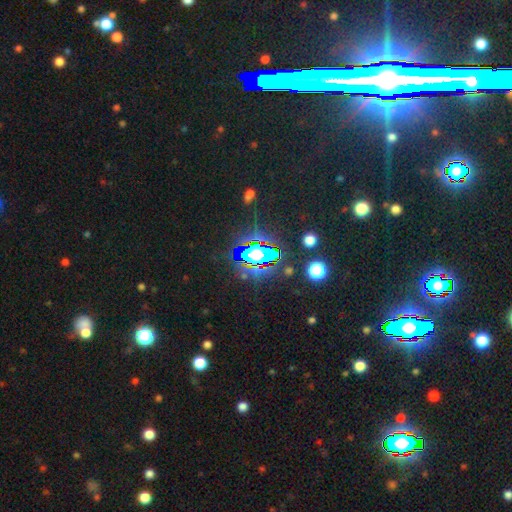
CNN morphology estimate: Smooth or featured? Predicted: star or artifact (p=0.80).